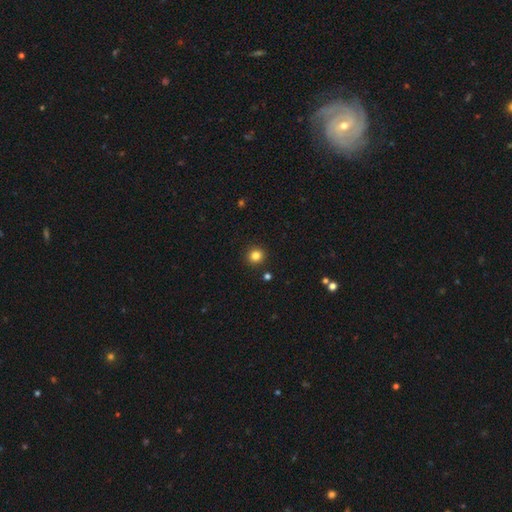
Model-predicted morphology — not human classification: This appears to be a smooth galaxy with no disk features (83%) that is round (94%). Merging: none (92%).